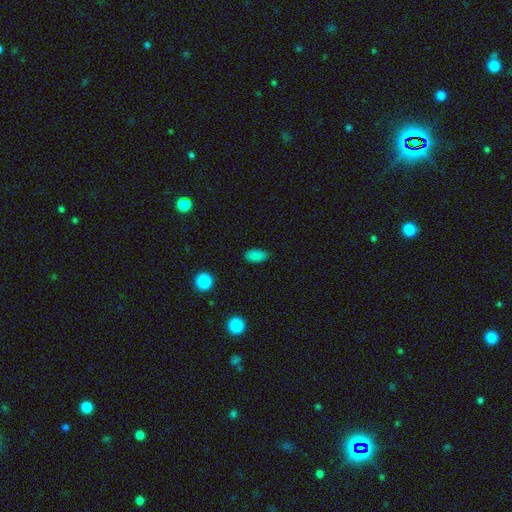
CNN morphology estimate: Smooth or featured? Predicted: smooth (p=0.83). How rounded? Predicted: in between (p=0.90). Merging? Predicted: none (p=0.85).